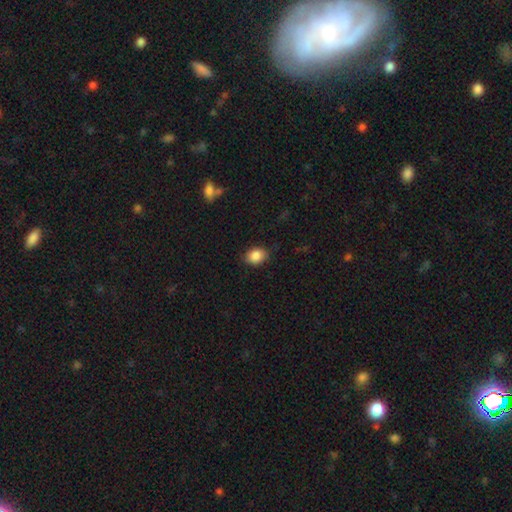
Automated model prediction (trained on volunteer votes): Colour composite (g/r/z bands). It shows a smooth galaxy with no disk features (87%) that is in between round and cigar-shaped (56%). Merging: none (84%).